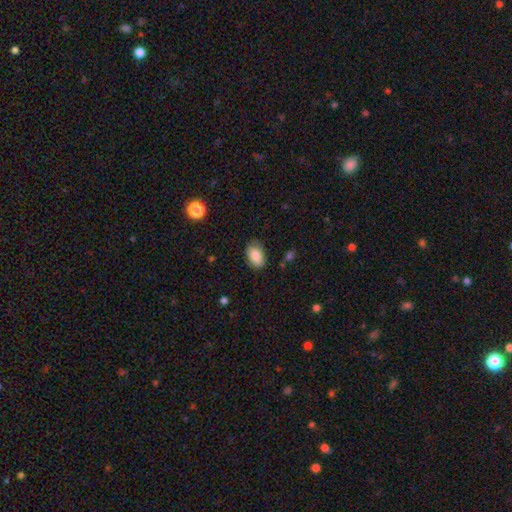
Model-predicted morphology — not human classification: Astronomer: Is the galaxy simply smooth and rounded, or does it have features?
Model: smooth — 85%.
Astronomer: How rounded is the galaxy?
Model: in between — 91%.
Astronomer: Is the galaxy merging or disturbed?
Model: none — 78%.